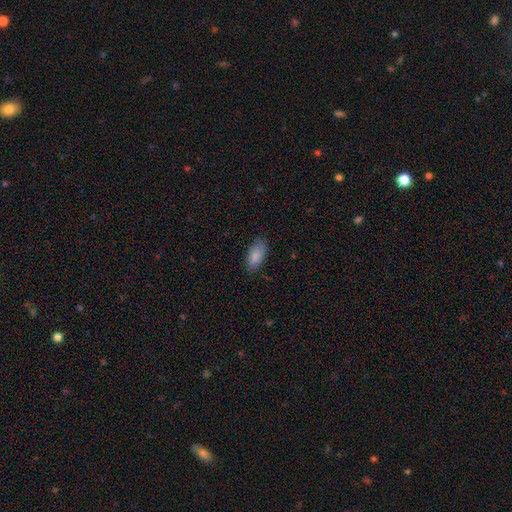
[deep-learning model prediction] A smooth galaxy with no disk features (87%) that is in between round and cigar-shaped (90%). Merging: none (80%).